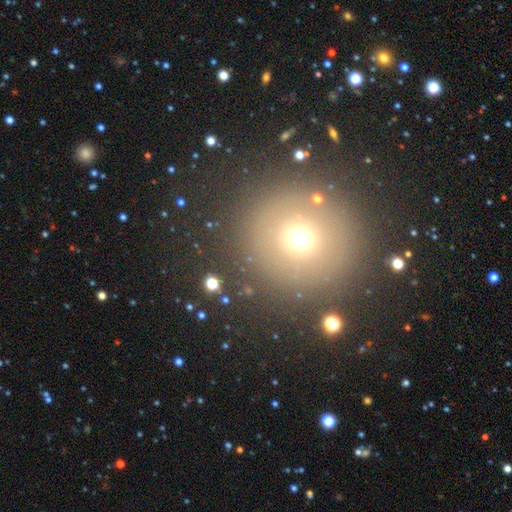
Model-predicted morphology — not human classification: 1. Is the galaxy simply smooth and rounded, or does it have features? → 62% smooth, 27% star or artifact, 11% featured or disk.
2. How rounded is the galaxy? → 94% round, 5% in between, 1% cigar-shaped.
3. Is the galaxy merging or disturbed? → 86% none, 7% minor disturbance, 4% major disturbance, 3% merger.